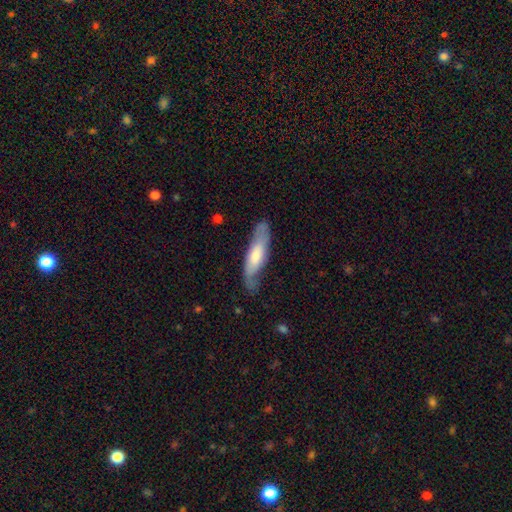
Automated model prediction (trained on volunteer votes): Smooth or featured? smooth (57%)
How rounded? cigar-shaped (59%)
Merging? none (62%)